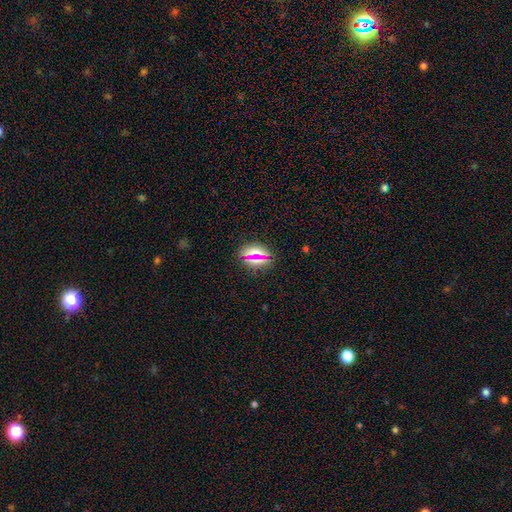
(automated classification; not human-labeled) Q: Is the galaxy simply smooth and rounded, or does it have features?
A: smooth — 61%.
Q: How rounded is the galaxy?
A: in between — 54%.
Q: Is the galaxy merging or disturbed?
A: none — 82%.